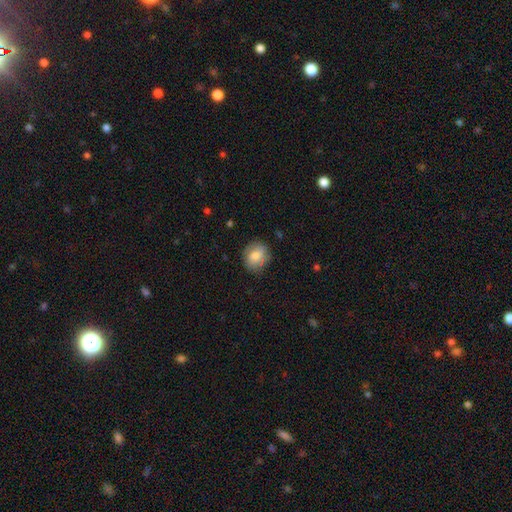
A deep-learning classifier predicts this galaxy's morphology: Q: Smooth or featured?
A: smooth (76%); runner-up: featured or disk (16%)
Q: How rounded?
A: round (68%); runner-up: in between (31%)
Q: Merging?
A: none (77%); runner-up: minor disturbance (17%)